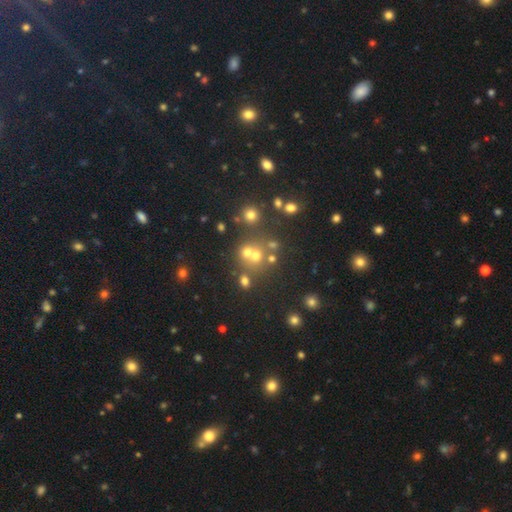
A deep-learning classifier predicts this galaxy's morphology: Smooth or featured?
  - smooth: 59% *
  - star or artifact: 24%
  - featured or disk: 16%
How rounded?
  - round: 83% *
  - in between: 16%
  - cigar-shaped: 1%
Merging?
  - none: 52% *
  - merger: 34%
  - minor disturbance: 9%
  - major disturbance: 5%